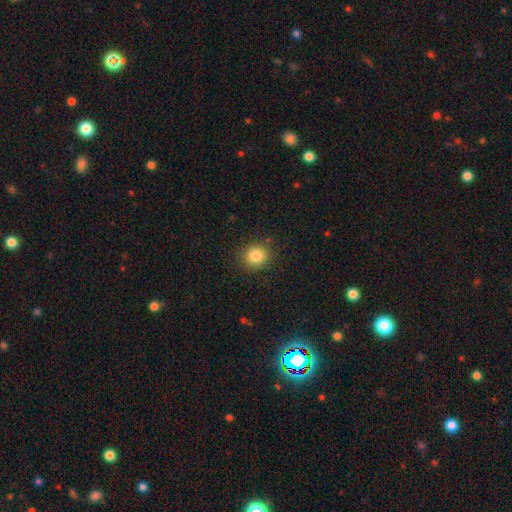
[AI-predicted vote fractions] Q: Smooth or featured?
A: smooth (83%); runner-up: star or artifact (11%)
Q: How rounded?
A: round (85%); runner-up: in between (14%)
Q: Merging?
A: none (89%); runner-up: minor disturbance (8%)